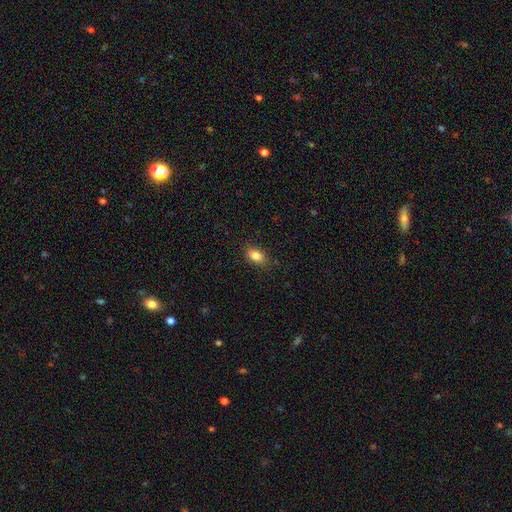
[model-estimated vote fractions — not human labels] Smooth or featured? Predicted: smooth (p=0.85). How rounded? Predicted: in between (p=0.87). Merging? Predicted: none (p=0.84).